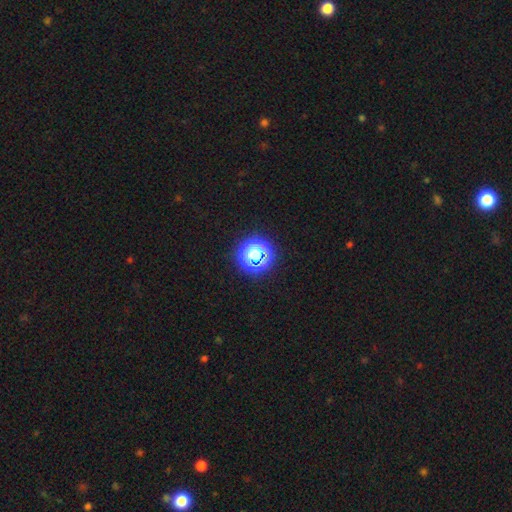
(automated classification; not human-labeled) A star or artifact, not a galaxy (53%).